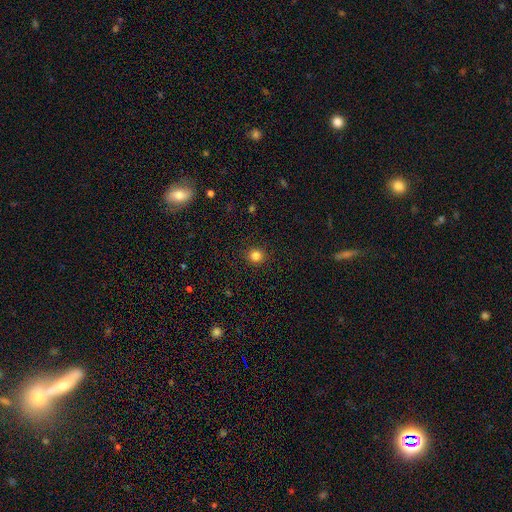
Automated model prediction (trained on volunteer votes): Smooth or featured? Predicted: smooth (p=0.83). How rounded? Predicted: round (p=0.91). Merging? Predicted: none (p=0.91).